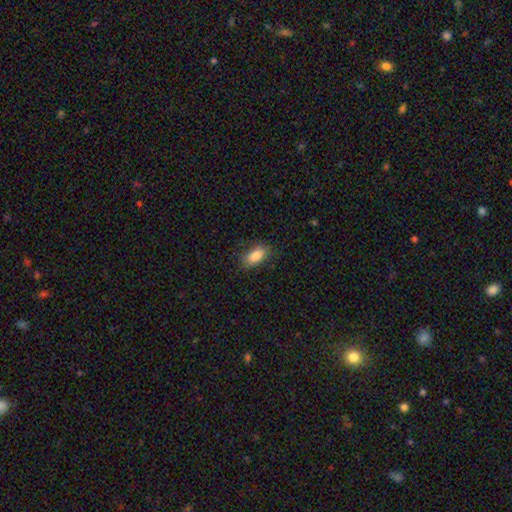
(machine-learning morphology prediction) This is clearly a smooth galaxy (85%). How rounded: clearly in between (88%). Merging: clearly none (83%).